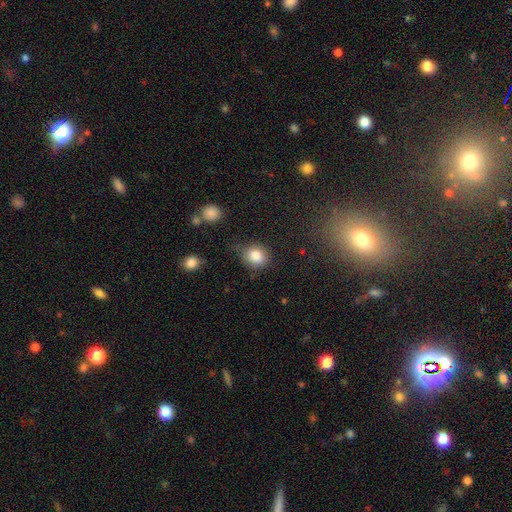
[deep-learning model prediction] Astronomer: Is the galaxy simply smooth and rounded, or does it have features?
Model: smooth — 85%.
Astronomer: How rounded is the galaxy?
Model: round — 70%.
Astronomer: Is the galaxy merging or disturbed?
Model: none — 66%.